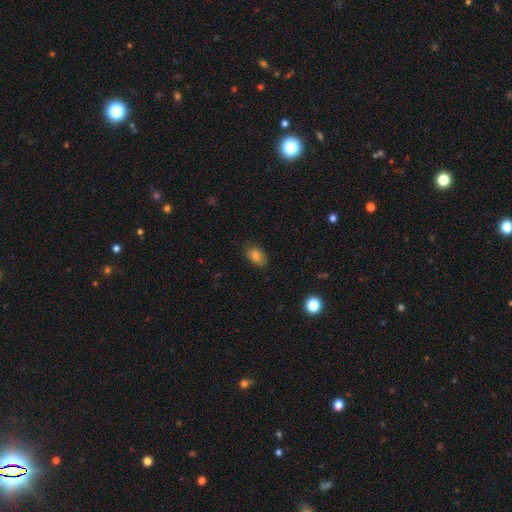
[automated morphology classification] Smooth or featured? Predicted: smooth (p=0.81). How rounded? Predicted: in between (p=0.86). Merging? Predicted: none (p=0.80).